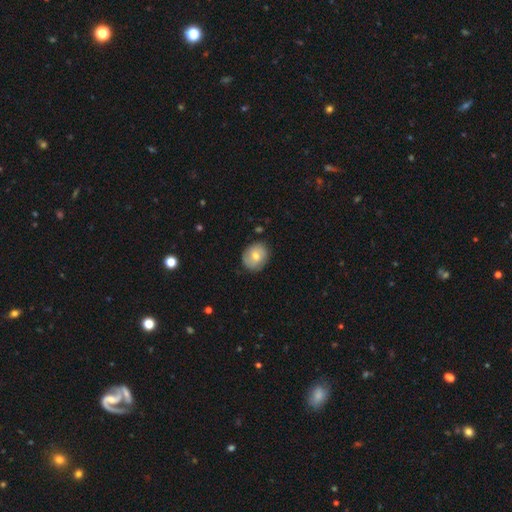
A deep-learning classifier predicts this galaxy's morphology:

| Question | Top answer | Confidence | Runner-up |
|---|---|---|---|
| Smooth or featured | smooth | 65% | featured or disk (27%) |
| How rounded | round | 67% | in between (32%) |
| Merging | none | 82% | minor disturbance (14%) |